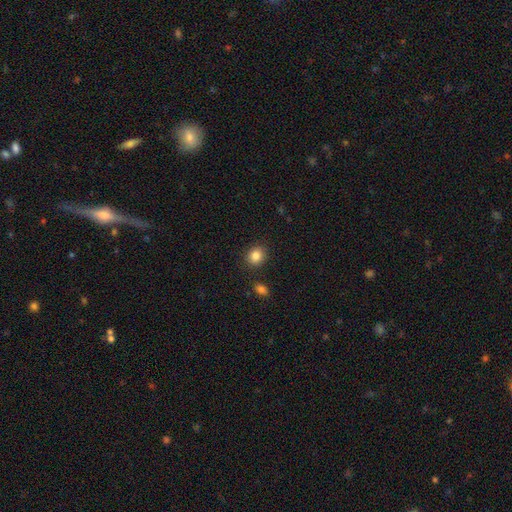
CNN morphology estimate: Q: Smooth or featured?
A: smooth (85%); runner-up: star or artifact (10%)
Q: How rounded?
A: round (69%); runner-up: in between (30%)
Q: Merging?
A: none (87%); runner-up: minor disturbance (8%)